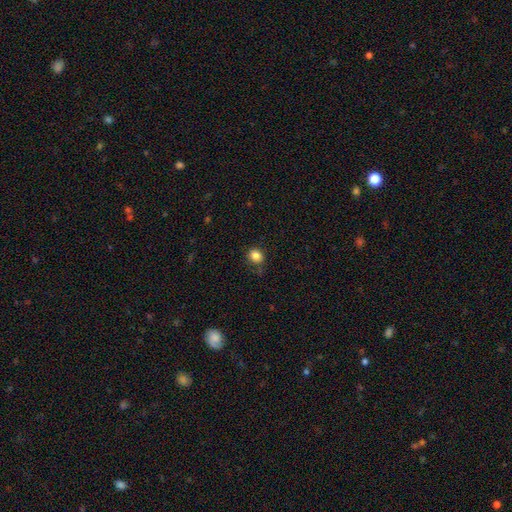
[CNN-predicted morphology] type=smooth (84%); roundness=round (78%); merging=none (80%).